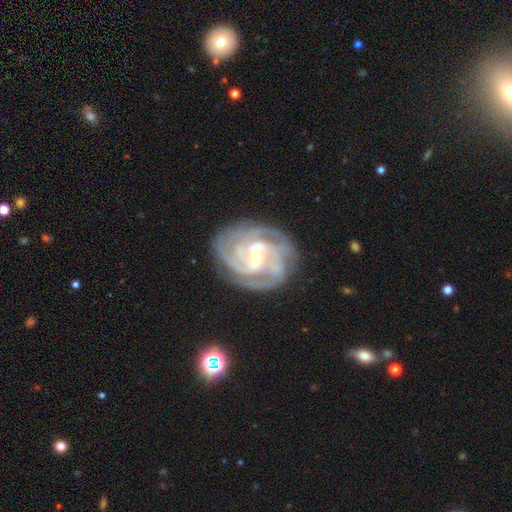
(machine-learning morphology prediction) The model was most divided on "spiral arm count": 3: 36%, 4: 22%, 2: 17%, can't tell: 14%, more than 4: 6%, 1: 5%. Remaining: spiral arms — yes (98%); edge-on disk — no (98%); smooth or featured — featured or disk (91%); merging — none (78%); spiral winding — tight (63%); bulge size — small (59%); bar — weak (49%).